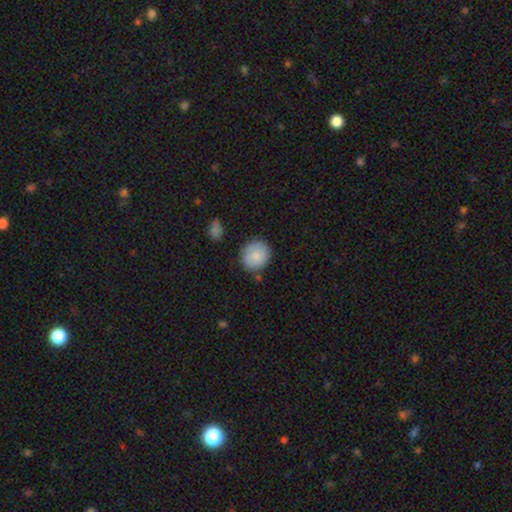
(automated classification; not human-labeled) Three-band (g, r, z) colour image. It shows a smooth galaxy with no disk features (85%) that is round (82%). Merging: none (75%).